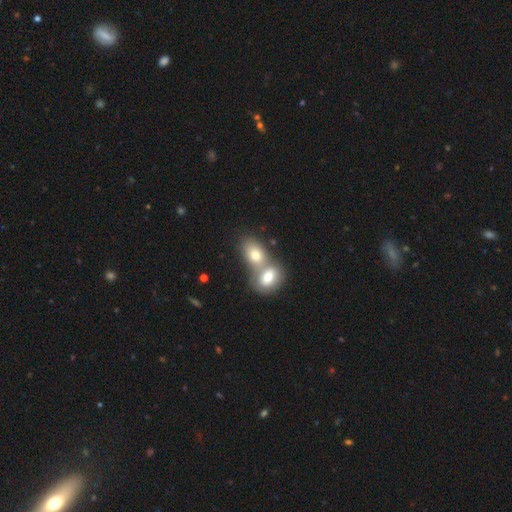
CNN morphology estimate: Smooth or featured: smooth — 71% (featured or disk — 19%)
How rounded: in between — 72% (round — 26%)
Merging: merger — 68% (none — 24%)